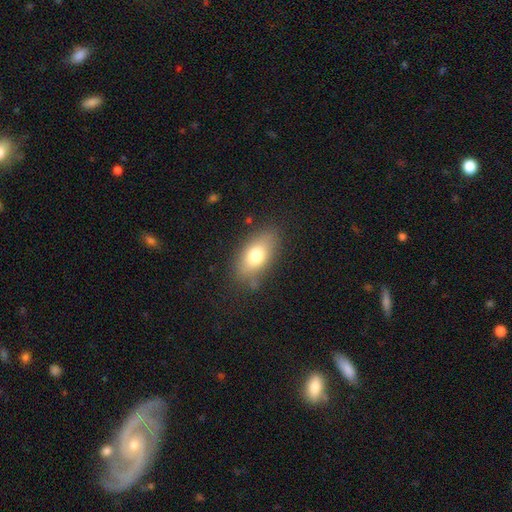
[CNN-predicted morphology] This is likely a smooth galaxy (74%). How rounded: clearly in between (87%). Merging: likely none (79%).